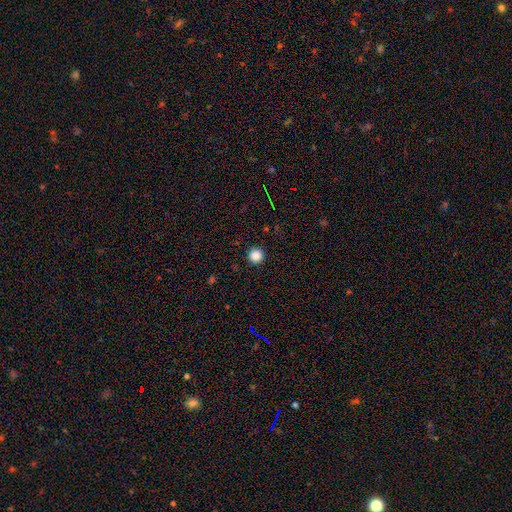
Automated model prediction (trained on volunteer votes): The model was most divided on "smooth or featured": smooth: 85%, star or artifact: 12%, featured or disk: 3%. More confident: how rounded — round (96%); merging — none (93%).